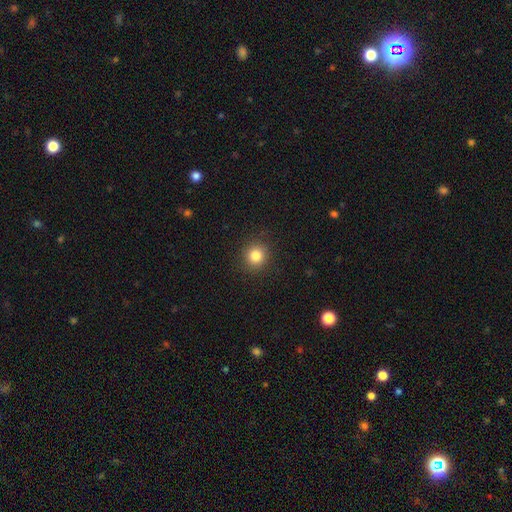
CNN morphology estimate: A smooth galaxy with no disk features (83%) that is round (91%). Merging: none (91%).